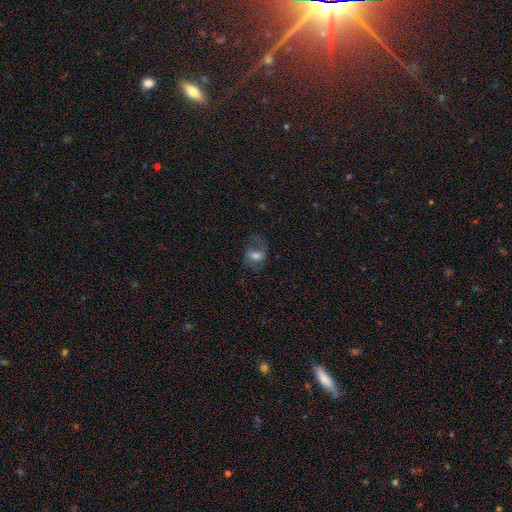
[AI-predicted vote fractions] Smooth or featured? Predicted: smooth (p=0.50). How rounded? Predicted: in between (p=0.64). Merging? Predicted: none (p=0.51).